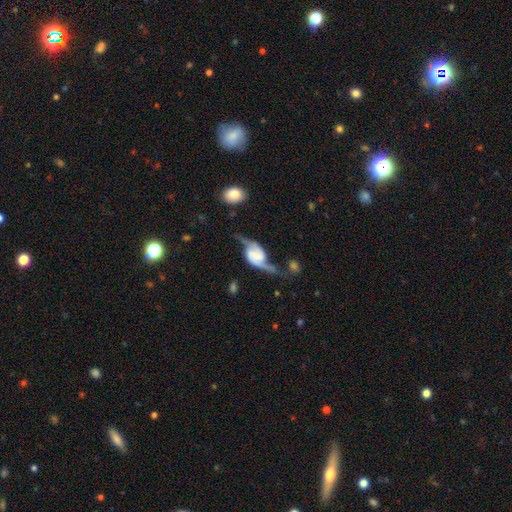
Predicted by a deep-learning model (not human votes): Q: Smooth or featured?
A: featured or disk (89%); runner-up: smooth (7%)
Q: Edge-on disk?
A: no (95%); runner-up: yes (5%)
Q: Bar?
A: weak (39%); runner-up: no (37%)
Q: Spiral arms?
A: yes (96%); runner-up: no (4%)
Q: Spiral winding?
A: loose (63%); runner-up: medium (28%)
Q: Spiral arm count?
A: 2 (94%); runner-up: can't tell (2%)
Q: Bulge size?
A: none (34%); runner-up: small (30%)
Q: Merging?
A: none (58%); runner-up: minor disturbance (21%)